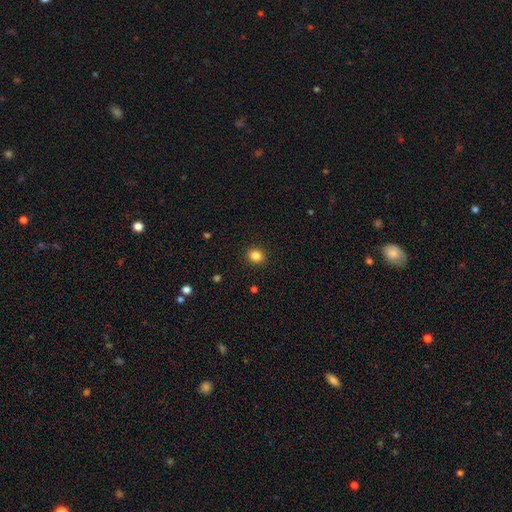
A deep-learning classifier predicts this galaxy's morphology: A smooth galaxy with no disk features (85%) that is round (72%).

Vote fractions:
- Smooth or featured? smooth: 85% / star or artifact: 11% / featured or disk: 4%
- How rounded? round: 72% / in between: 27% / cigar-shaped: 1%
- Merging? none: 91% / minor disturbance: 6% / major disturbance: 2% / merger: 1%